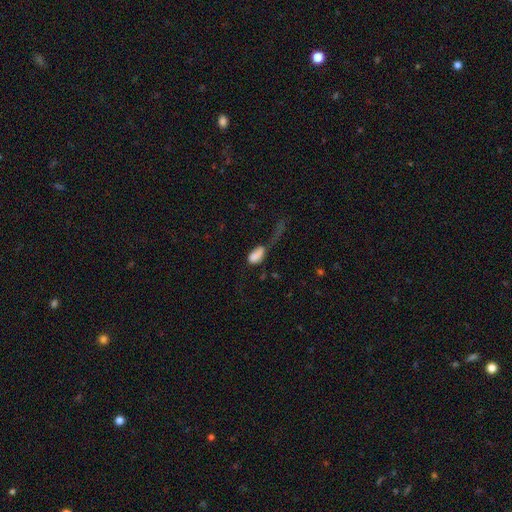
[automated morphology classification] This appears to be a smooth galaxy with no disk features (75%) that is in between round and cigar-shaped (89%). Merging: major disturbance (51%).